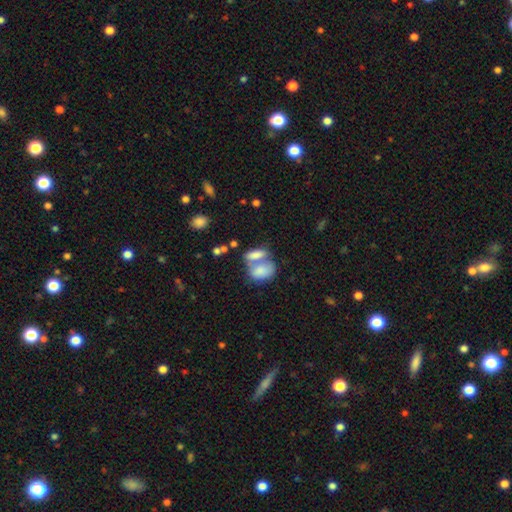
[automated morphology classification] smooth-or-featured: smooth: 77% | featured or disk: 16% | star or artifact: 7%
  how-rounded: in between: 85% | round: 9% | cigar-shaped: 5%
  merging: merger: 64% | none: 22% | minor disturbance: 8% | major disturbance: 6%